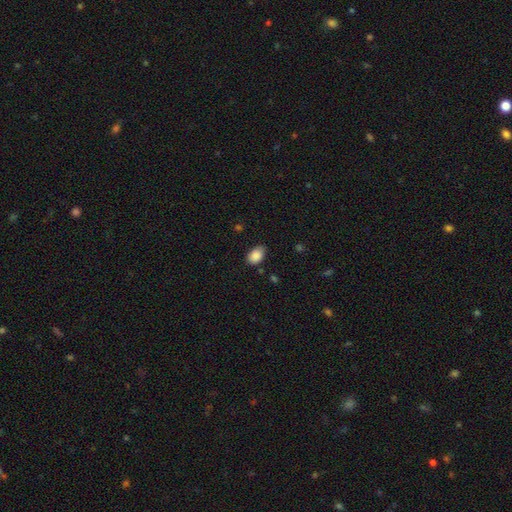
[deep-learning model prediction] A smooth galaxy with no disk features (88%) that is in between round and cigar-shaped (86%).

Vote fractions:
- Smooth or featured? smooth: 88% / star or artifact: 8% / featured or disk: 5%
- How rounded? in between: 86% / round: 13% / cigar-shaped: 1%
- Merging? none: 73% / minor disturbance: 22% / major disturbance: 3% / merger: 2%